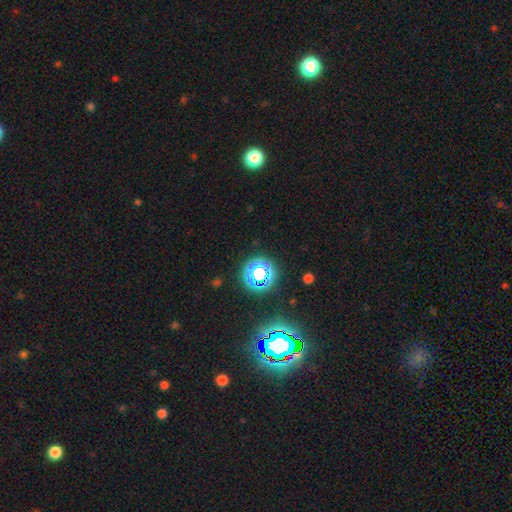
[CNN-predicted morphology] Smooth or featured: star or artifact — 72% (smooth — 21%)